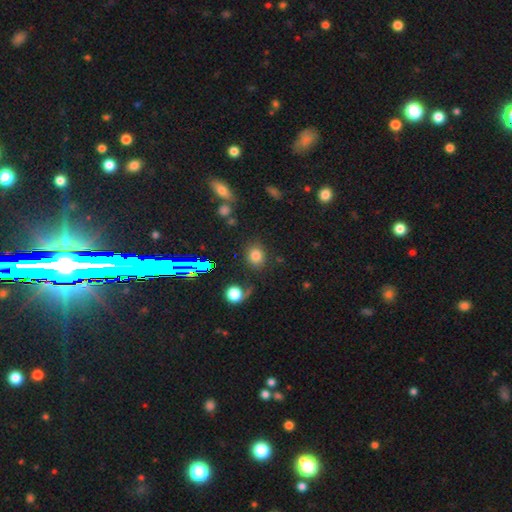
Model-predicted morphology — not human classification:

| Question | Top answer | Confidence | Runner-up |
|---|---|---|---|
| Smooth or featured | smooth | 74% | star or artifact (17%) |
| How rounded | round | 57% | in between (42%) |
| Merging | none | 77% | minor disturbance (12%) |